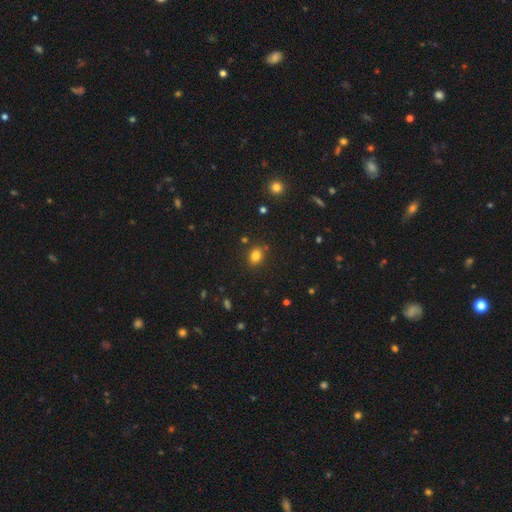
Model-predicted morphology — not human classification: This is clearly a smooth galaxy (81%). How rounded: possibly in between (53%). Merging: clearly none (81%).